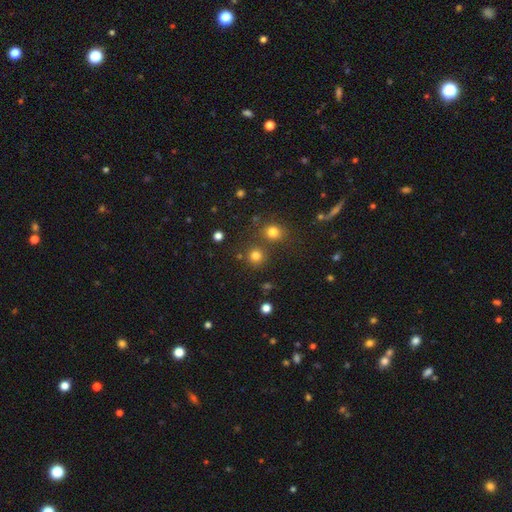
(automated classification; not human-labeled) Smooth or featured: smooth — 78% (star or artifact — 17%)
How rounded: round — 92% (in between — 7%)
Merging: none — 76% (merger — 14%)